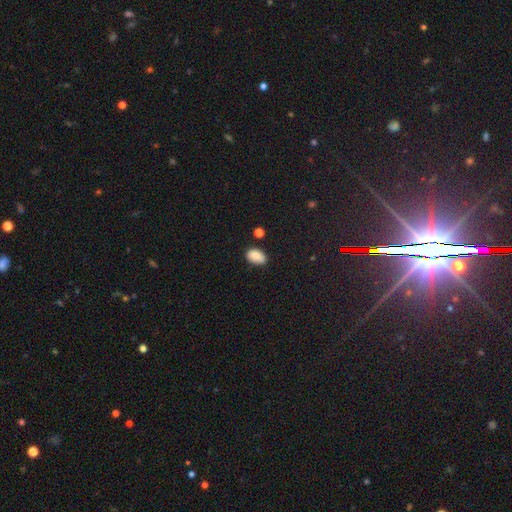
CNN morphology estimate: A smooth galaxy with no disk features (85%) that is in between round and cigar-shaped (89%). Merging: none (70%).